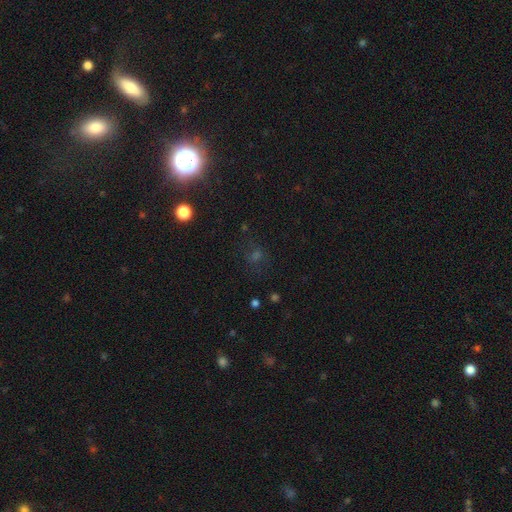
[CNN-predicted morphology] The model was most divided on "smooth or featured": star or artifact: 55%, smooth: 33%, featured or disk: 12%.